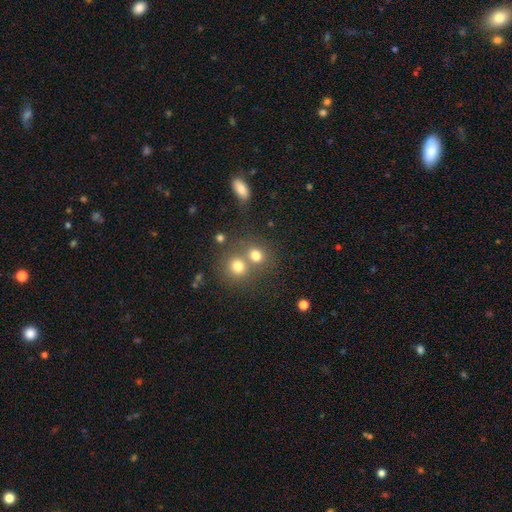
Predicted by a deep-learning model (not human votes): A smooth galaxy with no disk features (77%) that is round (77%).

Vote fractions:
- Smooth or featured? smooth: 77% / star or artifact: 14% / featured or disk: 10%
- How rounded? round: 77% / in between: 22% / cigar-shaped: 1%
- Merging? none: 48% / merger: 40% / minor disturbance: 8% / major disturbance: 4%